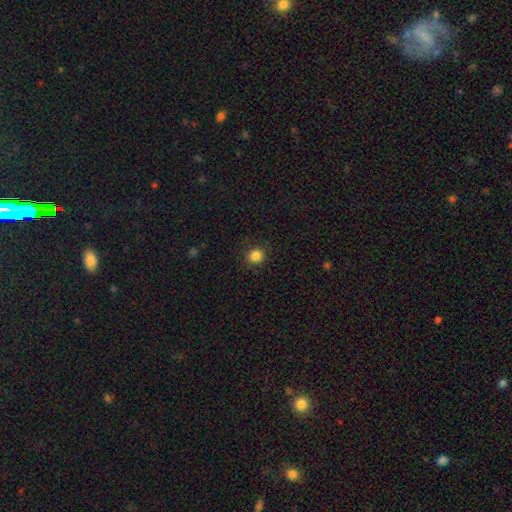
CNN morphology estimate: Smooth or featured: smooth — 85% (star or artifact — 12%)
How rounded: round — 88% (in between — 11%)
Merging: none — 90% (minor disturbance — 7%)